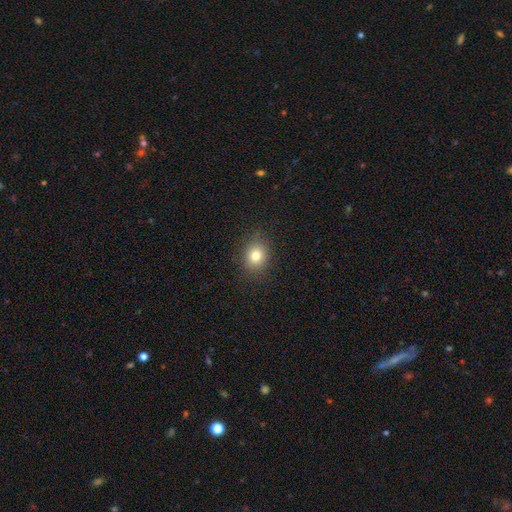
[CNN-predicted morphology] Smooth or featured: smooth — 79% (star or artifact — 13%)
How rounded: round — 63% (in between — 37%)
Merging: none — 87% (minor disturbance — 9%)